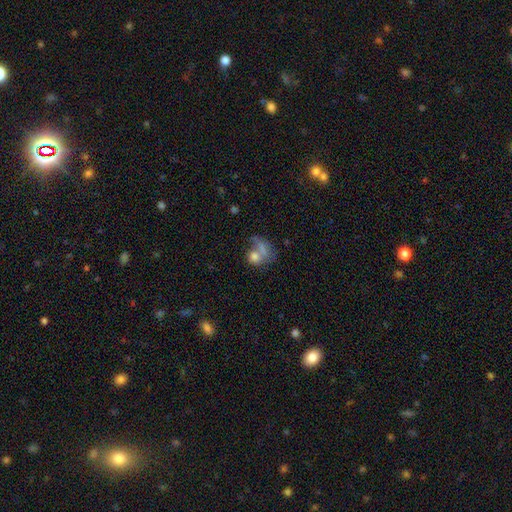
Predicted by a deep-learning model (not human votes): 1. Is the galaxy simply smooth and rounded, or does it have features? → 53% smooth, 29% featured or disk, 17% star or artifact.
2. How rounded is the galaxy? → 57% round, 41% in between, 3% cigar-shaped.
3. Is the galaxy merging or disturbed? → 39% merger, 28% none, 21% major disturbance, 12% minor disturbance.